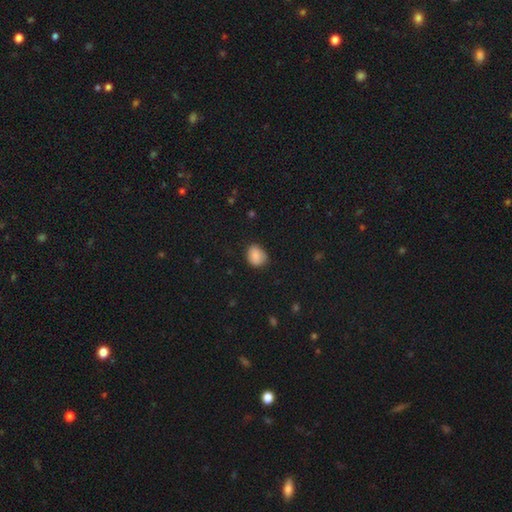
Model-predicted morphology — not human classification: Overall: smooth (84%). How rounded: round (51%; in between 48%). Merging: none (72%).